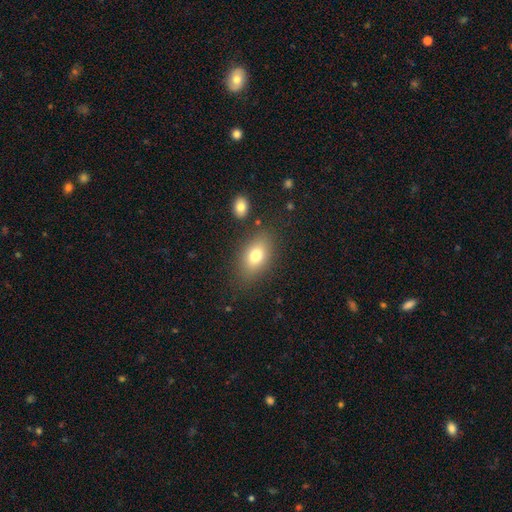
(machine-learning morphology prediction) Overall: smooth (75%). How rounded: in between (84%). Merging: none (79%).